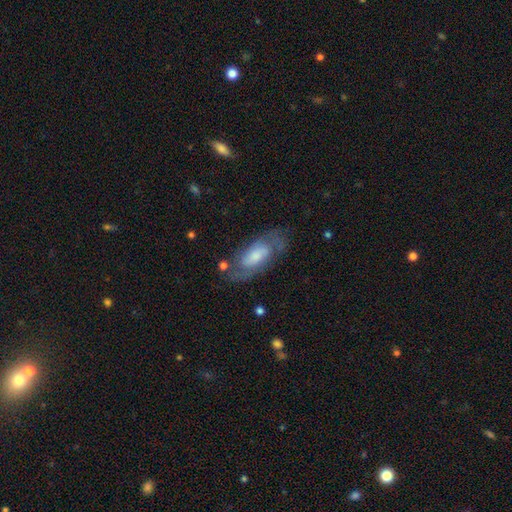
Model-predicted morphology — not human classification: Smooth or featured? featured or disk (60%)
Edge-on disk? no (90%)
Bar? no (60%)
Spiral arms? yes (84%)
Bulge size? moderate (32%)
Merging? none (61%)